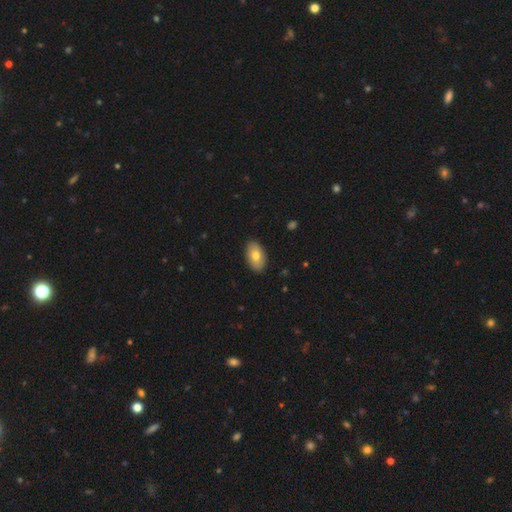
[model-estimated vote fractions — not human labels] Morphology: type=smooth (73%); roundness=in between (93%); merging=none (88%).